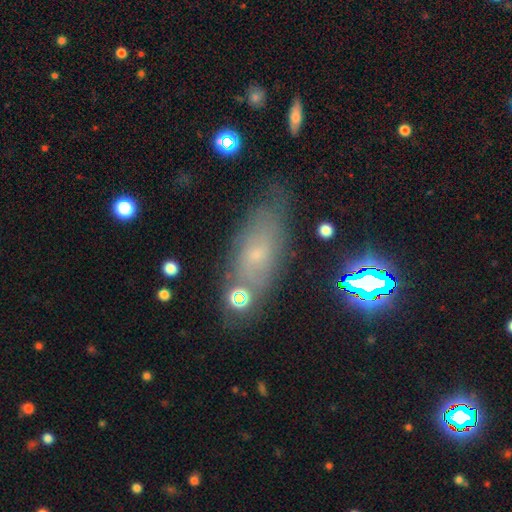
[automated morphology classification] A smooth galaxy with no disk features (50%).

Vote fractions:
- Smooth or featured? smooth: 50% / featured or disk: 34% / star or artifact: 17%
- Merging? none: 61% / minor disturbance: 24% / major disturbance: 8% / merger: 7%